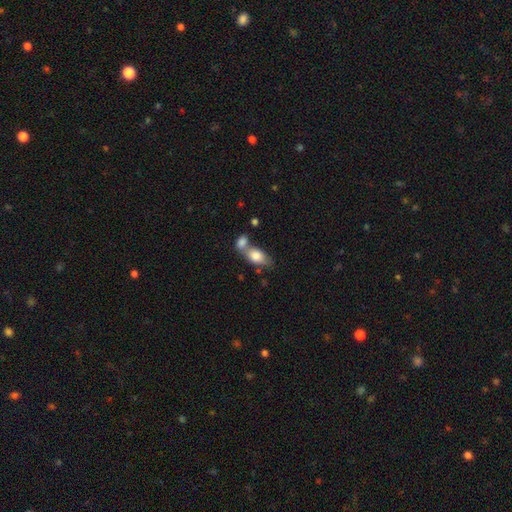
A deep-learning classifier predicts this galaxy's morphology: This is likely a smooth galaxy (80%). How rounded: clearly in between (83%). Merging: possibly merger (55%).